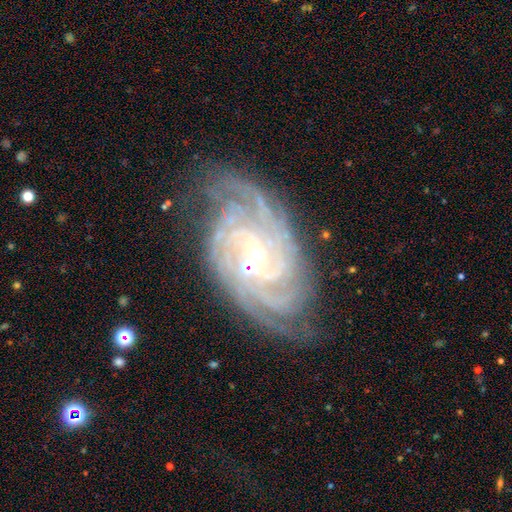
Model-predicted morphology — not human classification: The model was most divided on "spiral arm count": 4: 32%, more than 4: 20%, can't tell: 17%, 3: 15%, 2: 10%, 1: 7%. More confident: spiral arms — yes (98%); edge-on disk — no (96%); smooth or featured — featured or disk (90%); merging — none (75%); bulge size — small (74%); spiral winding — tight (73%); bar — no (51%).